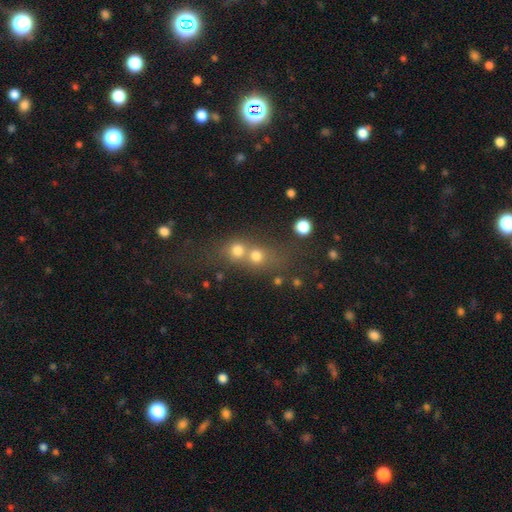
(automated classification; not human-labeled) smooth_or_featured: smooth (p=0.64) [alt: star or artifact p=0.20]
how_rounded: round (p=0.76) [alt: in between p=0.21]
merging: merger (p=0.59) [alt: none p=0.31]